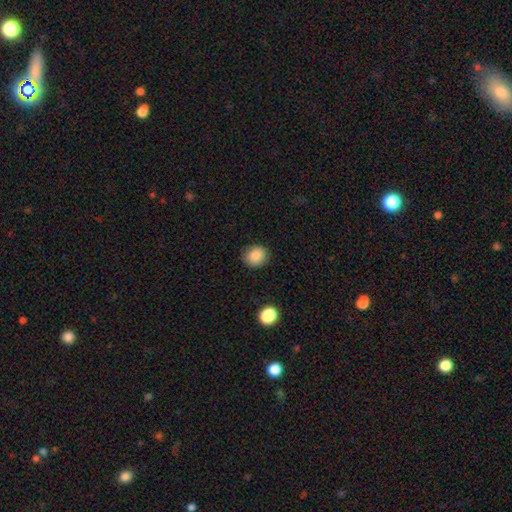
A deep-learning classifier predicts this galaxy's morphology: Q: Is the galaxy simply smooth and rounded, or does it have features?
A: smooth — 86%.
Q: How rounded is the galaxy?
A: round — 77%.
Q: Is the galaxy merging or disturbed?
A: none — 86%.